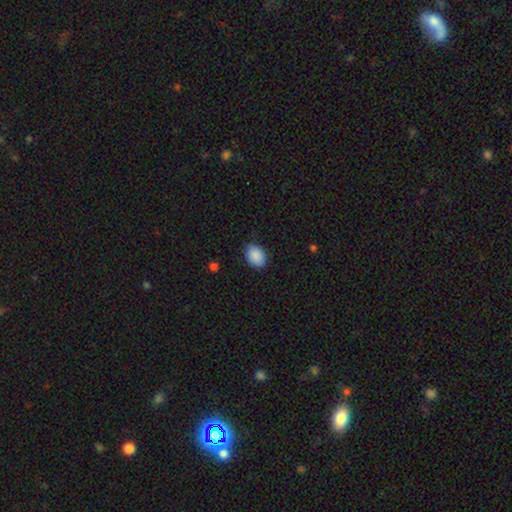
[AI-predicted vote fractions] A smooth galaxy with no disk features (89%) that is in between round and cigar-shaped (80%). Merging: none (83%).